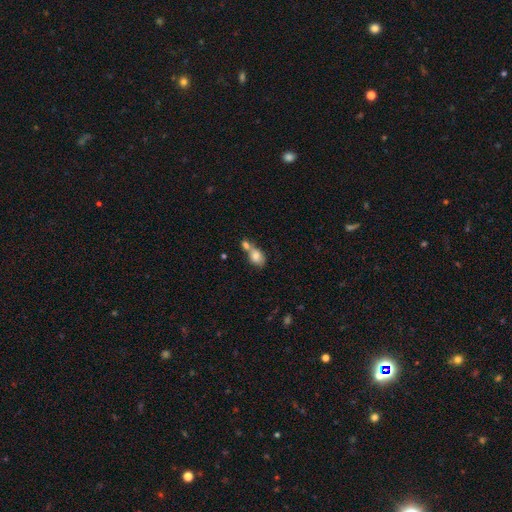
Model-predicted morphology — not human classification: Smooth or featured? Predicted: smooth (p=0.77). How rounded? Predicted: in between (p=0.74). Merging? Predicted: merger (p=0.60).